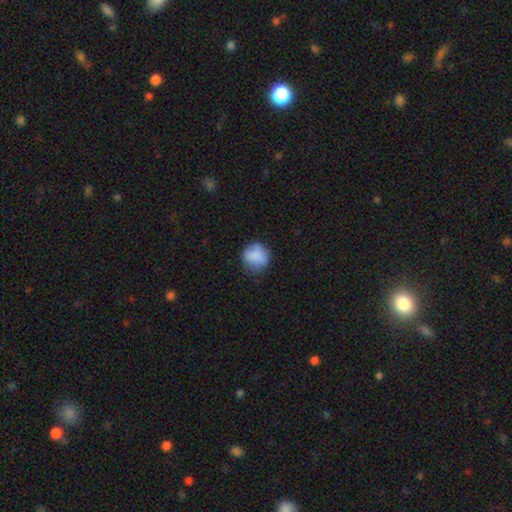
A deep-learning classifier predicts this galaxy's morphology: Smooth or featured? smooth (82%)
How rounded? round (84%)
Merging? none (66%)